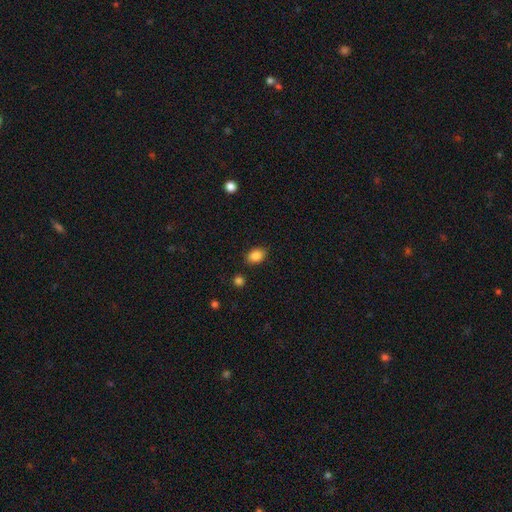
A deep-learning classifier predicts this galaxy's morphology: Smooth or featured? Predicted: smooth (p=0.86). How rounded? Predicted: in between (p=0.76). Merging? Predicted: none (p=0.84).